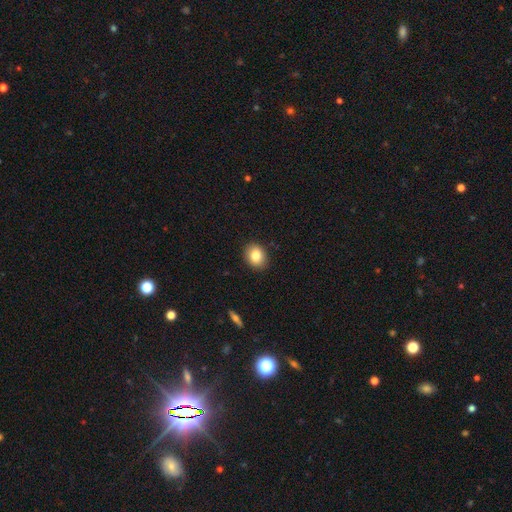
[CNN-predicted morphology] Smooth or featured? smooth (82%)
How rounded? round (53%)
Merging? none (90%)